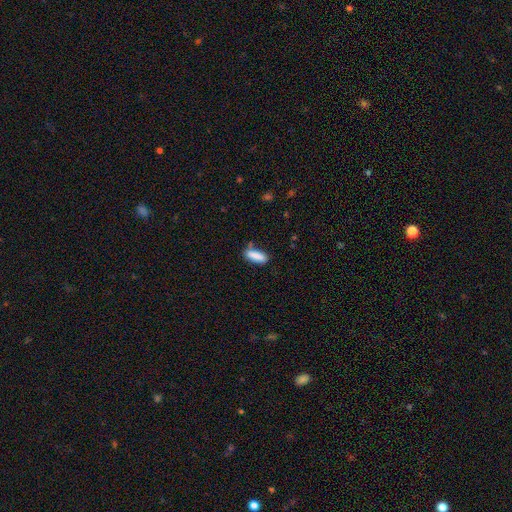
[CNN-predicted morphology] Smooth or featured? Predicted: smooth (p=0.86). How rounded? Predicted: in between (p=0.59). Merging? Predicted: none (p=0.66).